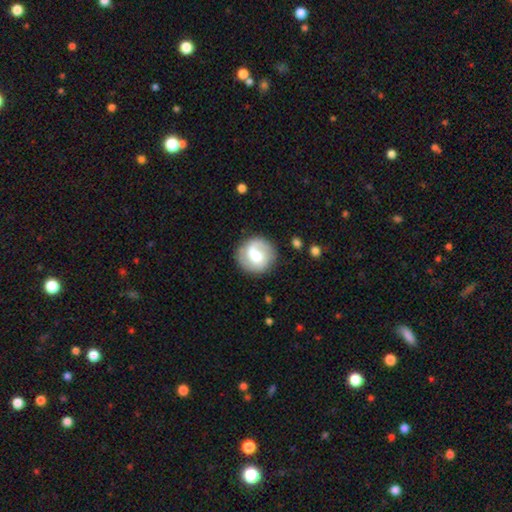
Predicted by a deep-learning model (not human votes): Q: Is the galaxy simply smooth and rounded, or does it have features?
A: featured or disk — 56%.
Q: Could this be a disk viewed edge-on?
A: no — 98%.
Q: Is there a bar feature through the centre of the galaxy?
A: weak — 50%.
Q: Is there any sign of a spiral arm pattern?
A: yes — 84%.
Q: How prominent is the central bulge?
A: moderate — 59%.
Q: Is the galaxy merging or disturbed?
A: none — 81%.